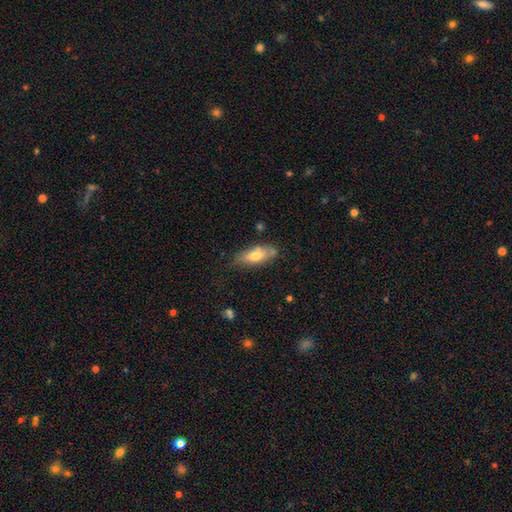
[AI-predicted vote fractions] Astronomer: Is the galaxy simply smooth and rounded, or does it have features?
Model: smooth — 64%.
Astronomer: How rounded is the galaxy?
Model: in between — 75%.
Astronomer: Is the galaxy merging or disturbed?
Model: none — 71%.